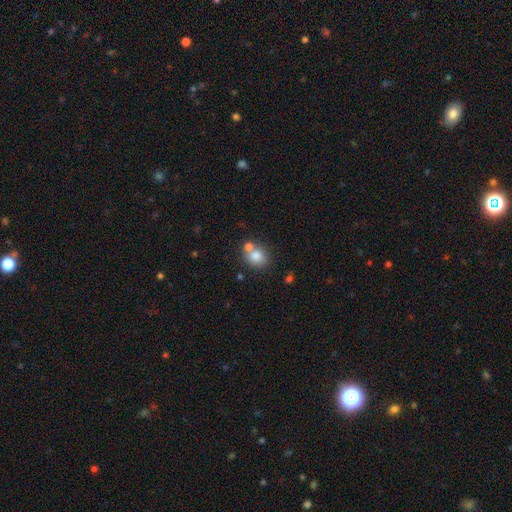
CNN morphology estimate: Smooth or featured: smooth — 80% (star or artifact — 10%)
How rounded: round — 80% (in between — 19%)
Merging: none — 59% (merger — 27%)